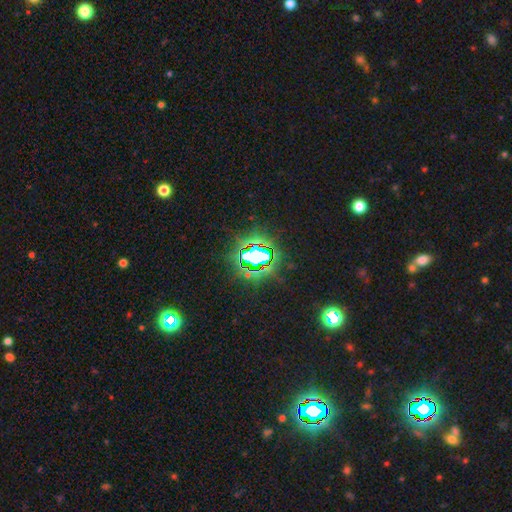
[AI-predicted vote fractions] This is likely a star or artifact rather than a galaxy (75%).